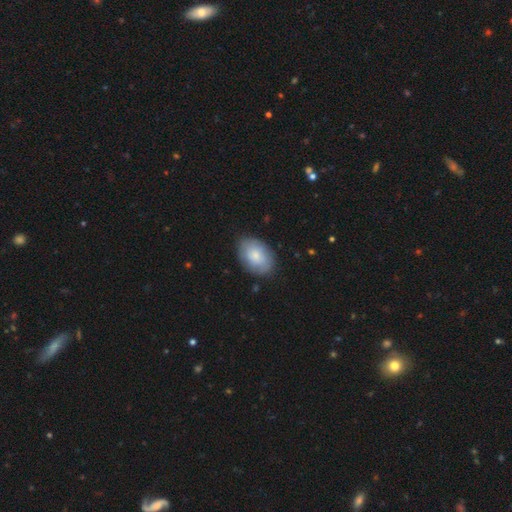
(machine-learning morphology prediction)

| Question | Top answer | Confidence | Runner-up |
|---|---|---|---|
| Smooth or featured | smooth | 75% | featured or disk (19%) |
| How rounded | in between | 84% | round (15%) |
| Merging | none | 81% | minor disturbance (14%) |